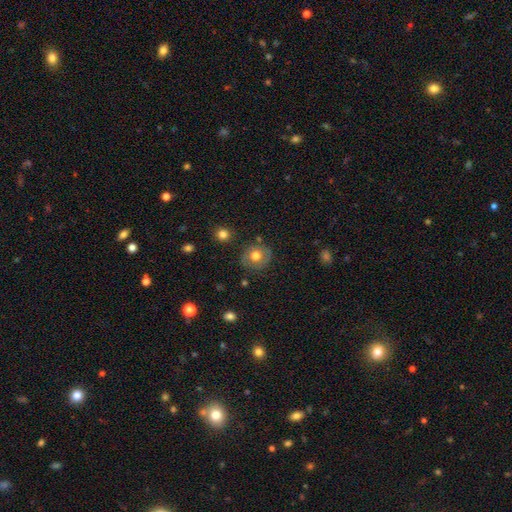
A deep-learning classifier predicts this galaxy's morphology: smooth 70%, featured or disk 20%, star or artifact 10%. Down the decision tree: how rounded — round (88%); merging — none (81%).